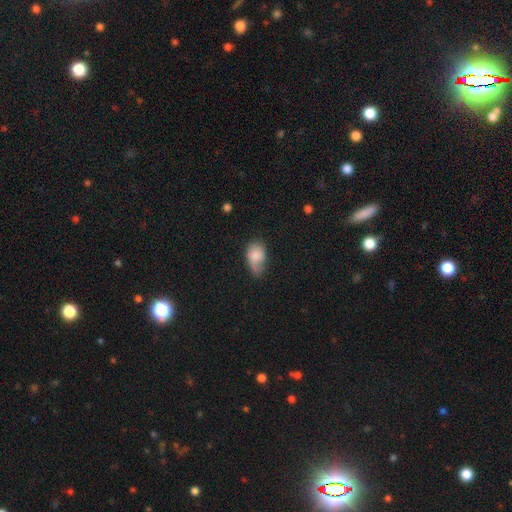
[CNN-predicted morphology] The model was most divided on "merging": minor disturbance: 40%, none: 39%, major disturbance: 18%, merger: 3%. More confident: how rounded — in between (88%); smooth or featured — smooth (76%).